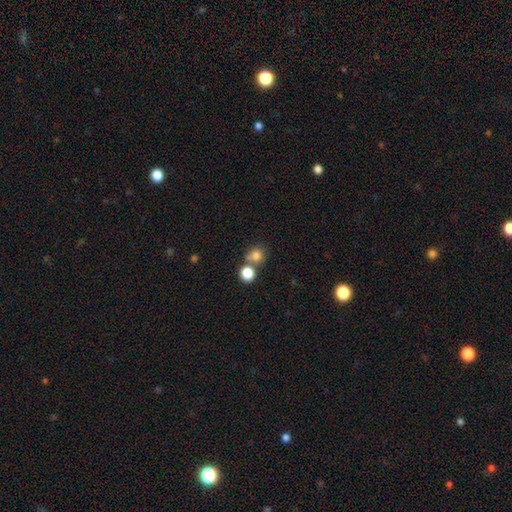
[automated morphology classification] This is likely a smooth galaxy (79%). How rounded: clearly round (84%). Merging: possibly none (55%).